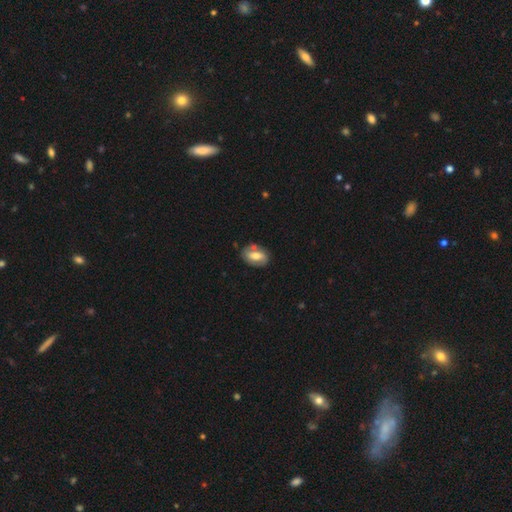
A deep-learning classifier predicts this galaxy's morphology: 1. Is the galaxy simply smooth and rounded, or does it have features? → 50% smooth, 43% featured or disk, 7% star or artifact.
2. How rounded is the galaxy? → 86% in between, 12% round, 2% cigar-shaped.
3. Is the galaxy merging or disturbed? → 71% none, 17% minor disturbance, 7% merger, 5% major disturbance.